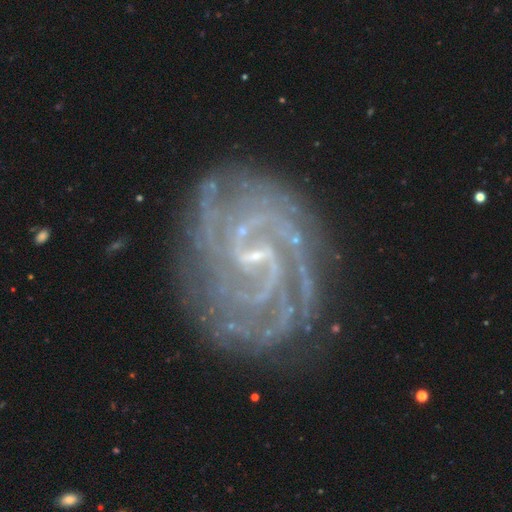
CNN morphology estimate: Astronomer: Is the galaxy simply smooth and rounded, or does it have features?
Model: featured or disk — 90%.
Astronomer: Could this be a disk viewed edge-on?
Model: no — 98%.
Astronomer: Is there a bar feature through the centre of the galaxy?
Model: weak — 52%.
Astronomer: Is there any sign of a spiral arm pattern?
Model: yes — 98%.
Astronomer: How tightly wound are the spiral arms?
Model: tight — 65%.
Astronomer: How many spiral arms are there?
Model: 2 — 37% (runner-up: can't tell, 18%).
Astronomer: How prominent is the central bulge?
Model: small — 71%.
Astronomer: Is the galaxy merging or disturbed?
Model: none — 78%.